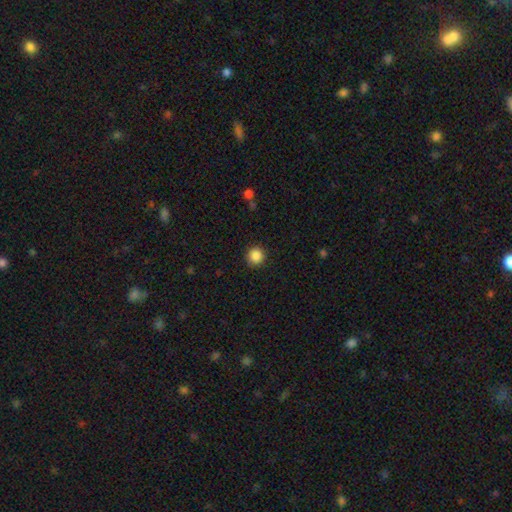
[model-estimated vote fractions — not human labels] Q: Smooth or featured?
A: smooth (87%); runner-up: star or artifact (10%)
Q: How rounded?
A: round (94%); runner-up: in between (5%)
Q: Merging?
A: none (91%); runner-up: minor disturbance (6%)